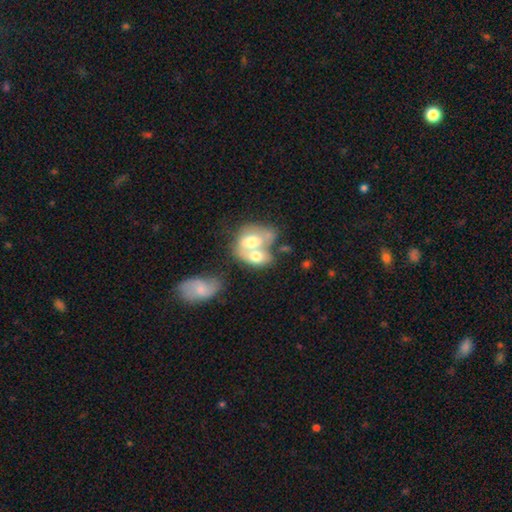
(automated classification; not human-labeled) The model was most divided on "smooth or featured": smooth: 60%, featured or disk: 33%, star or artifact: 7%. More confident: merging — merger (76%); how rounded — in between (75%).